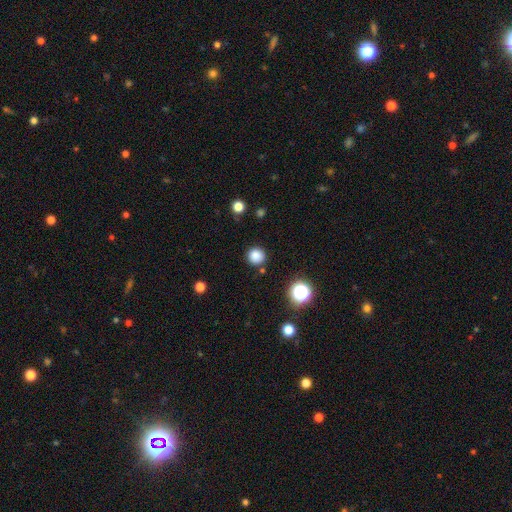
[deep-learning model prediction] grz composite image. It shows a smooth galaxy with no disk features (83%) that is round (94%). Merging: none (88%).